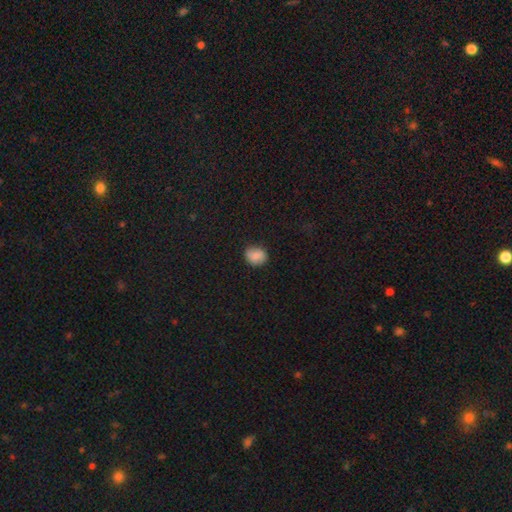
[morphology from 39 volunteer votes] smooth_or_featured: smooth (p=0.92) [alt: star or artifact p=0.05]
how_rounded: round (p=0.58) [alt: in between p=0.42]
merging: none (p=0.84) [alt: minor disturbance p=0.08]